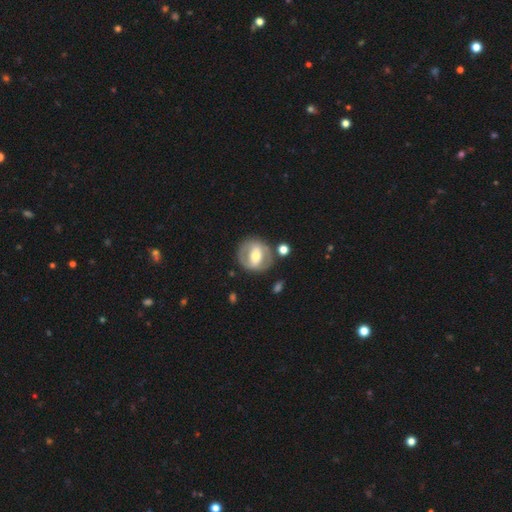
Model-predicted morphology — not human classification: A featured or disk galaxy (65%) with a strong bar (50%), no spiral arms (54%) and a moderate central bulge (67%). Merging: none (77%).